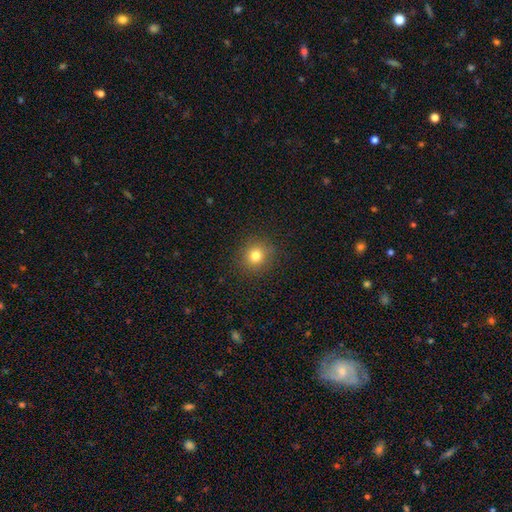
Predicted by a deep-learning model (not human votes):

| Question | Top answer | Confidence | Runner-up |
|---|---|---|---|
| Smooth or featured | smooth | 79% | star or artifact (13%) |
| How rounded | round | 89% | in between (10%) |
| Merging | none | 89% | minor disturbance (7%) |